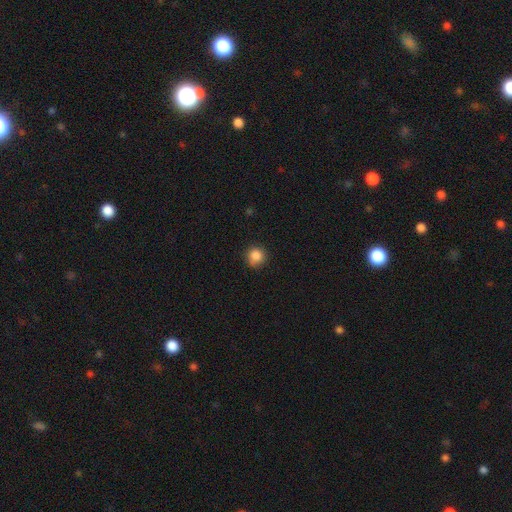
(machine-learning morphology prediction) This is clearly a smooth galaxy (86%). How rounded: clearly round (90%). Merging: clearly none (83%).